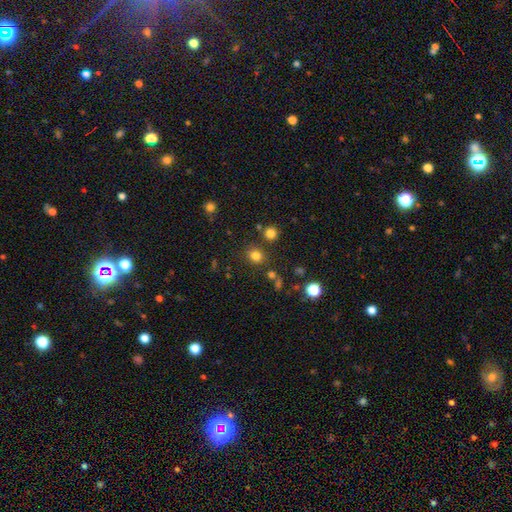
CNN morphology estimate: Overall: smooth (78%). How rounded: round (80%). Merging: none (81%).